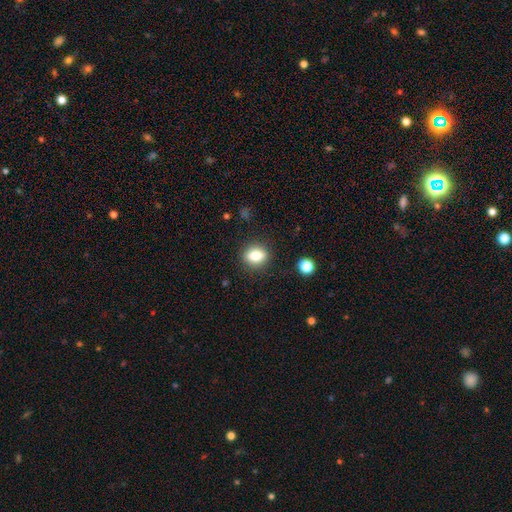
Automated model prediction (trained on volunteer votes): A smooth galaxy with no disk features (79%) that is in between round and cigar-shaped (54%). Merging: none (87%).